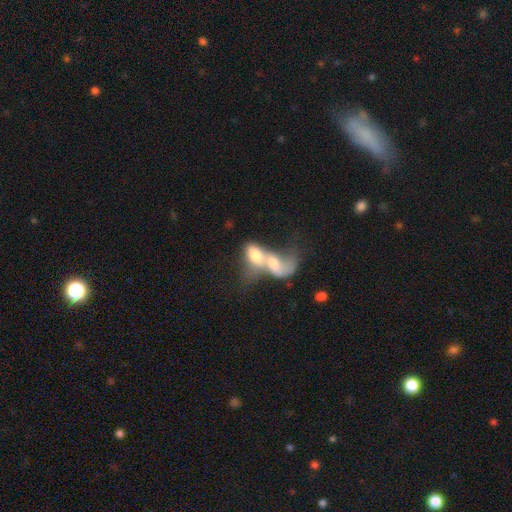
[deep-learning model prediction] A smooth galaxy with no disk features (60%) that is in between round and cigar-shaped (85%).

Vote fractions:
- Smooth or featured? smooth: 60% / featured or disk: 32% / star or artifact: 8%
- How rounded? in between: 85% / round: 10% / cigar-shaped: 5%
- Merging? merger: 83% / major disturbance: 8% / none: 5% / minor disturbance: 3%